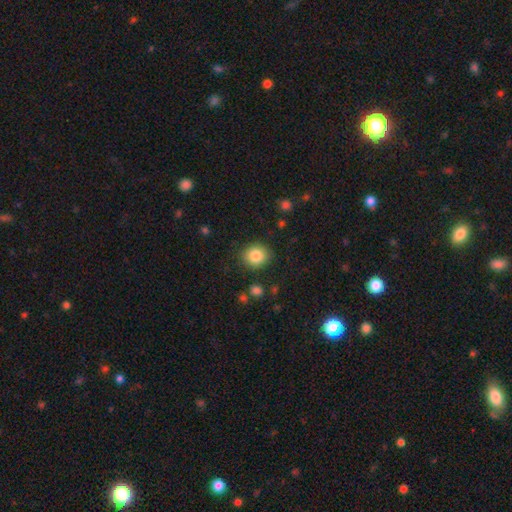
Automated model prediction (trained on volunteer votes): A smooth galaxy with no disk features (86%) that is round (81%). Merging: none (86%).